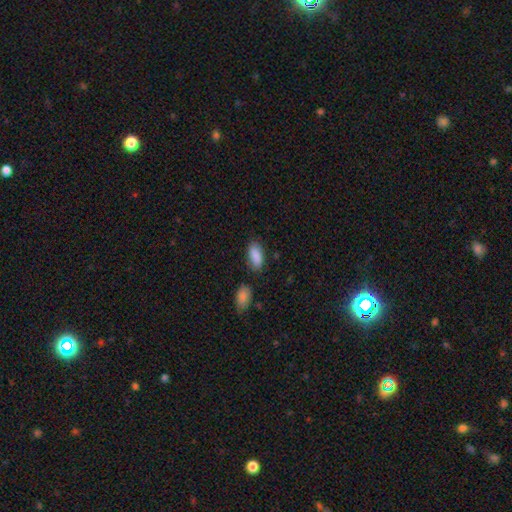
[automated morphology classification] smooth 88%, star or artifact 7%, featured or disk 5%. Down the decision tree: how rounded — in between (91%); merging — none (76%).